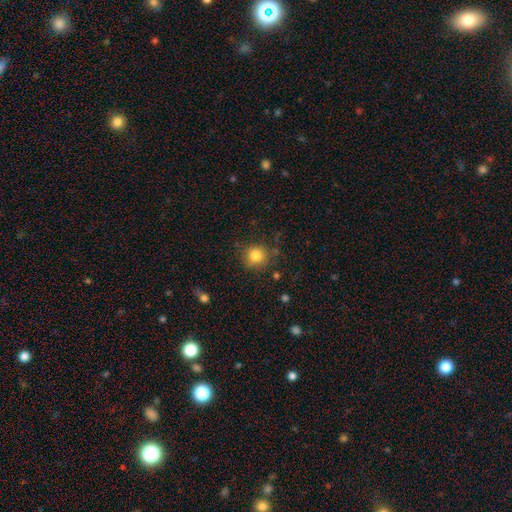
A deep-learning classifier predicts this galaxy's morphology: smooth 82%, star or artifact 11%, featured or disk 6%. Down the decision tree: how rounded — round (89%); merging — none (82%).